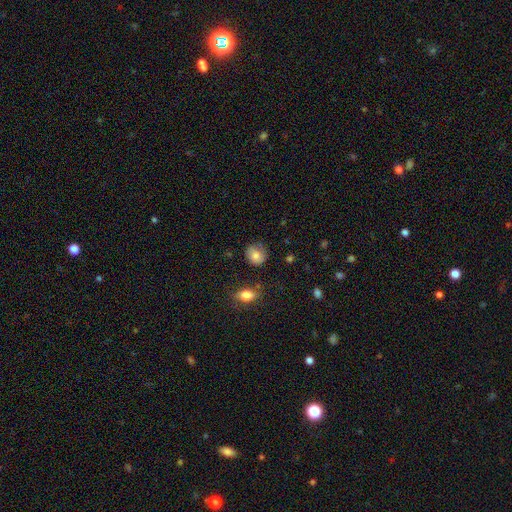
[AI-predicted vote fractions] Morphology: type=smooth (78%); roundness=round (75%); merging=none (69%).